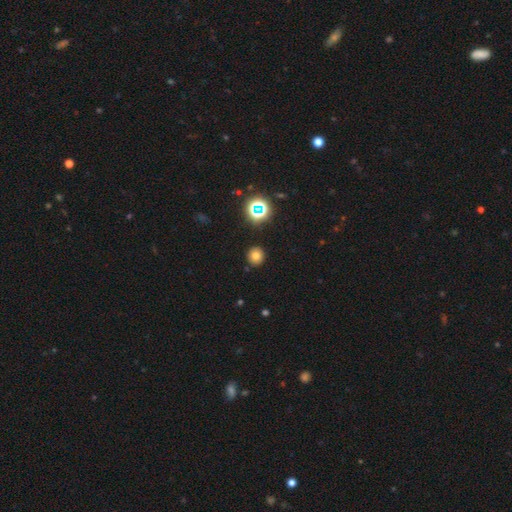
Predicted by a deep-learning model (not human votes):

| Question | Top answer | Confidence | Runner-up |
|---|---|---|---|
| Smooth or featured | smooth | 73% | star or artifact (19%) |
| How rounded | round | 90% | in between (9%) |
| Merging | none | 90% | minor disturbance (6%) |